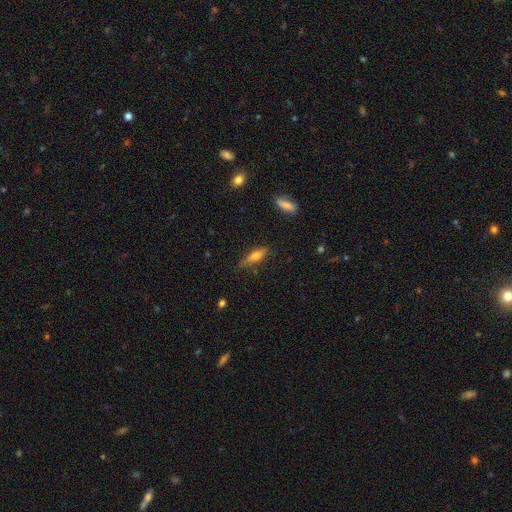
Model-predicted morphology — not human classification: smooth-or-featured: smooth: 62% | featured or disk: 30% | star or artifact: 8%
  how-rounded: cigar-shaped: 56% | in between: 41% | round: 3%
  merging: none: 71% | minor disturbance: 22% | major disturbance: 5% | merger: 2%